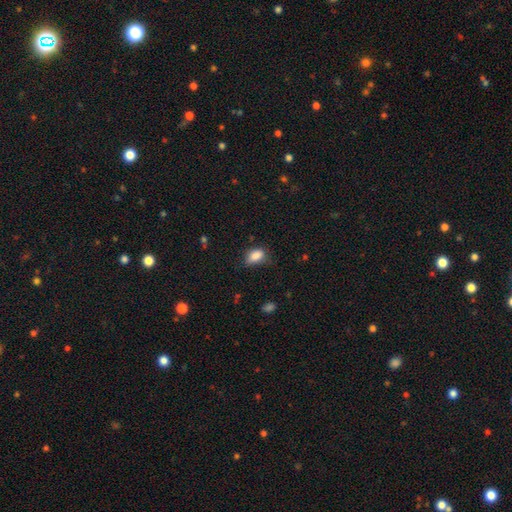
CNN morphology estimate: The model was most divided on "merging": none: 54%, minor disturbance: 34%, major disturbance: 10%, merger: 2%. More confident: how rounded — in between (87%); smooth or featured — smooth (85%).